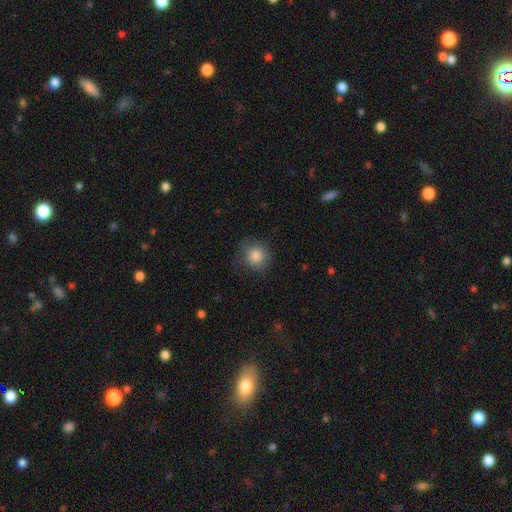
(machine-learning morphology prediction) Smooth or featured? Predicted: smooth (p=0.85). How rounded? Predicted: round (p=0.92). Merging? Predicted: none (p=0.80).